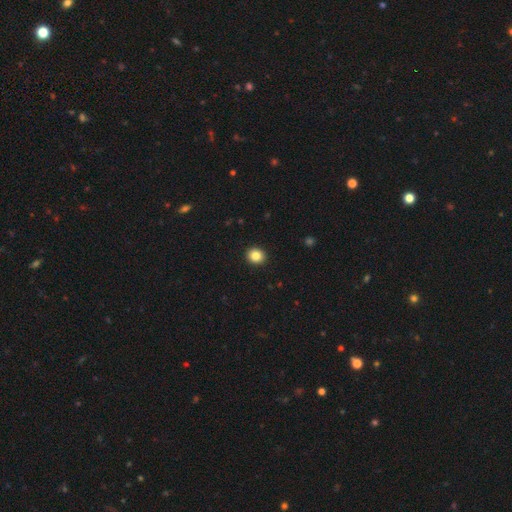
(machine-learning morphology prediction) Smooth or featured? Predicted: smooth (p=0.85). How rounded? Predicted: round (p=0.76). Merging? Predicted: none (p=0.93).